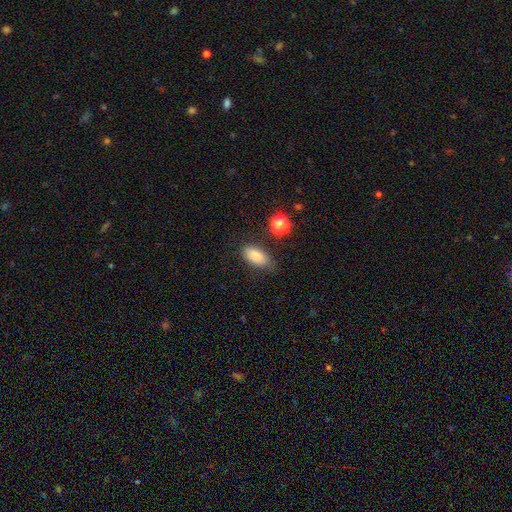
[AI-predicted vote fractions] smooth_or_featured: smooth (p=0.85) [alt: star or artifact p=0.09]
how_rounded: in between (p=0.89) [alt: cigar-shaped p=0.06]
merging: none (p=0.71) [alt: minor disturbance p=0.20]